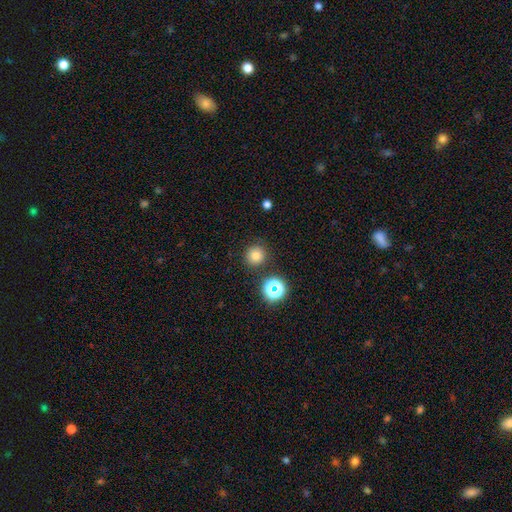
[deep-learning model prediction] A smooth galaxy with no disk features (75%) that is round (94%).

Vote fractions:
- Smooth or featured? smooth: 75% / star or artifact: 18% / featured or disk: 8%
- How rounded? round: 94% / in between: 5% / cigar-shaped: 1%
- Merging? none: 86% / minor disturbance: 7% / merger: 4% / major disturbance: 3%